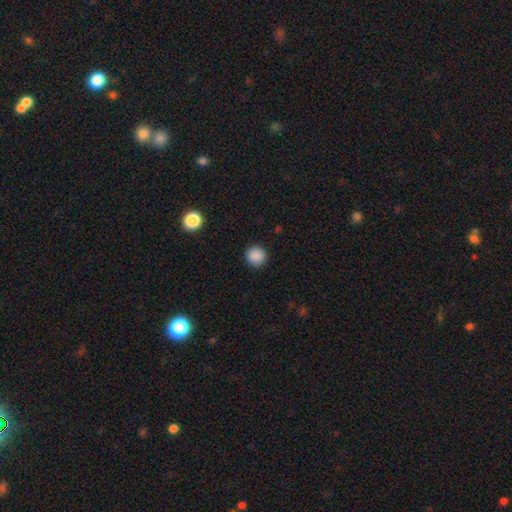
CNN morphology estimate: smooth_or_featured: smooth (p=0.88) [alt: star or artifact p=0.10]
how_rounded: round (p=0.95) [alt: in between p=0.04]
merging: none (p=0.92) [alt: minor disturbance p=0.05]